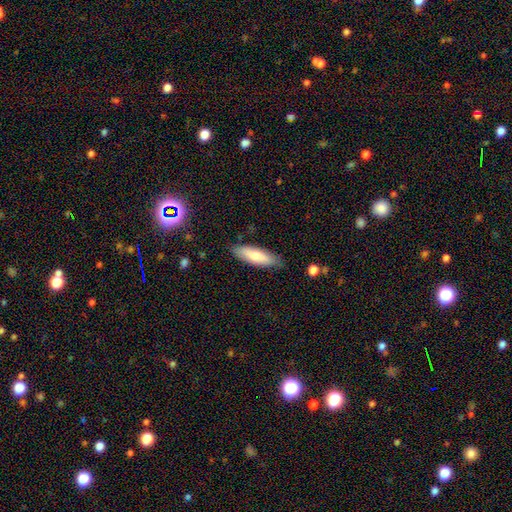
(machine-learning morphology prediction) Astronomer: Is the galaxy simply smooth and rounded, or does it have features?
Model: smooth — 71%.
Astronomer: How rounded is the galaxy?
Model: in between — 53% (runner-up: cigar-shaped, 45%).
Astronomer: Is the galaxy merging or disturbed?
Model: none — 82%.